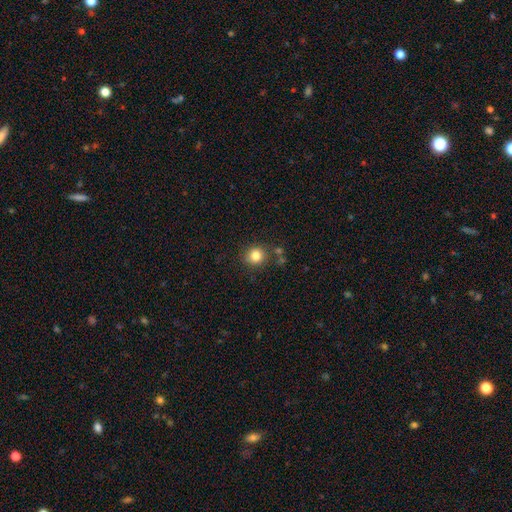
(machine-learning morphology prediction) Smooth or featured? Predicted: smooth (p=0.83). How rounded? Predicted: round (p=0.89). Merging? Predicted: none (p=0.82).